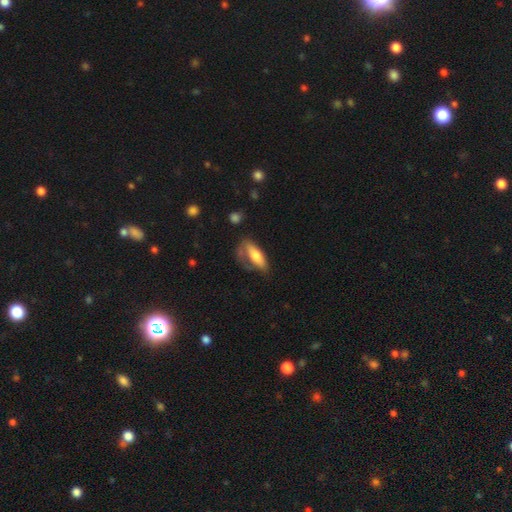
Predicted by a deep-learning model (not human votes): Smooth or featured? smooth (65%)
How rounded? in between (72%)
Merging? none (37%)